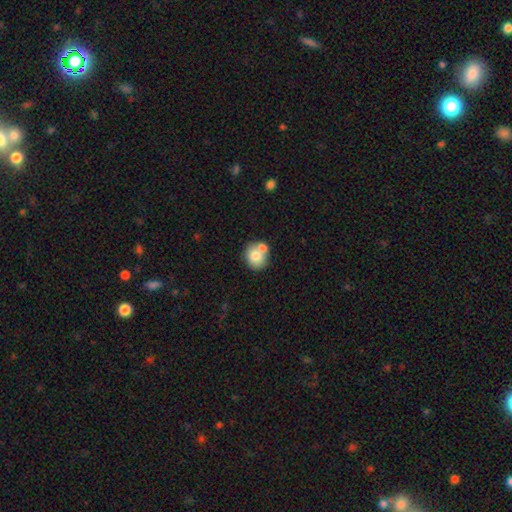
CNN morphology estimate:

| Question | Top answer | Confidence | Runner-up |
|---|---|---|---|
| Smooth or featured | smooth | 76% | featured or disk (15%) |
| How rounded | round | 74% | in between (25%) |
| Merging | none | 50% | merger (36%) |